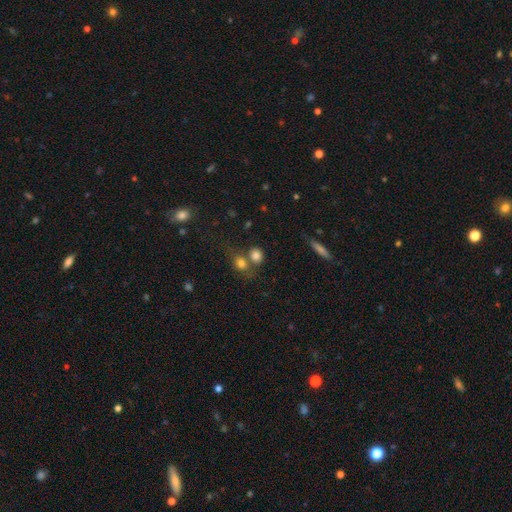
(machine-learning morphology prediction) smooth 80%, star or artifact 11%, featured or disk 9%. Down the decision tree: how rounded — round (65%); merging — none (48%).